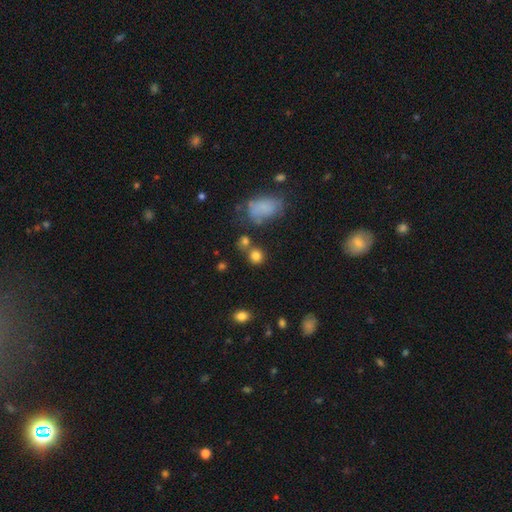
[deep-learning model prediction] The model was most divided on "merging": none: 66%, merger: 18%, minor disturbance: 11%, major disturbance: 5%. More confident: how rounded — round (83%); smooth or featured — smooth (80%).